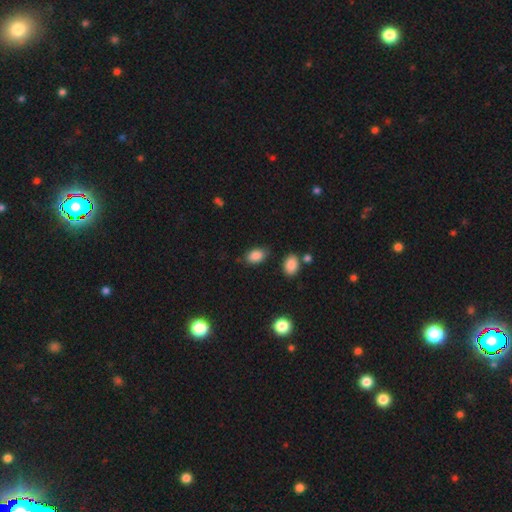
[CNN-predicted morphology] Overall: smooth (85%). How rounded: in between (87%). Merging: none (80%).